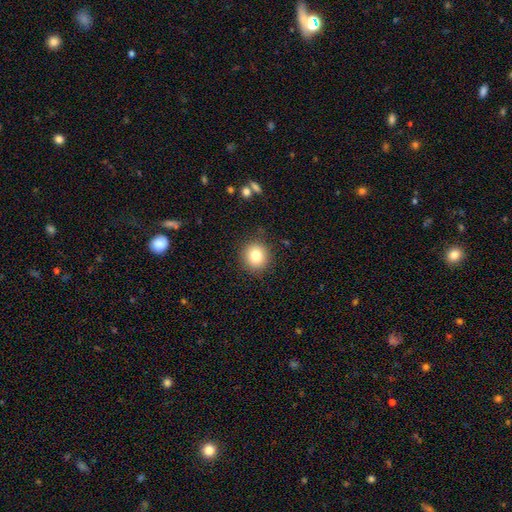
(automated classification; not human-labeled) The model was most divided on "smooth or featured": smooth: 81%, star or artifact: 11%, featured or disk: 8%. More confident: how rounded — round (89%); merging — none (88%).